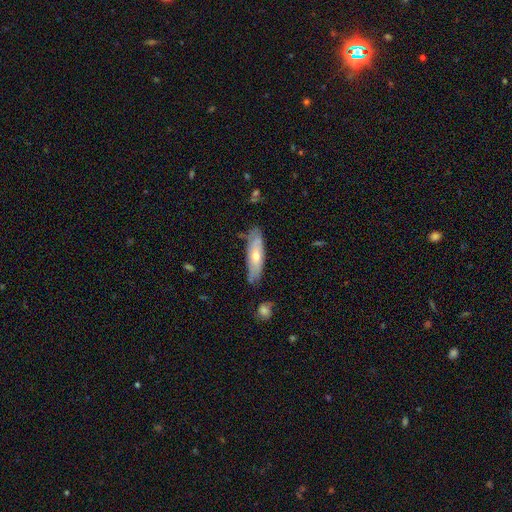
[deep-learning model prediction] smooth-or-featured: smooth: 52% | featured or disk: 42% | star or artifact: 6%
  how-rounded: cigar-shaped: 57% | in between: 42% | round: 2%
  merging: none: 75% | minor disturbance: 19% | major disturbance: 3% | merger: 3%